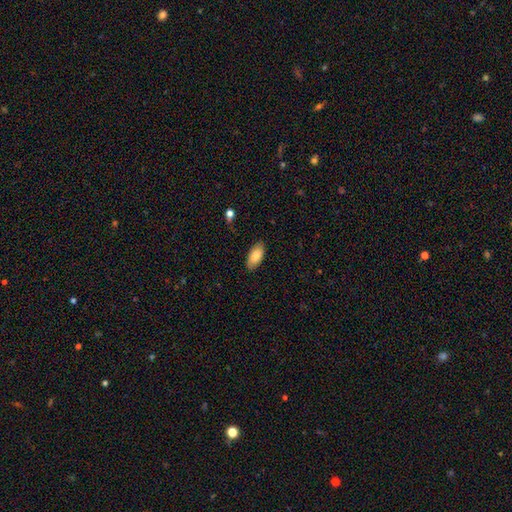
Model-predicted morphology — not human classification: Q: Smooth or featured?
A: smooth (82%); runner-up: featured or disk (11%)
Q: How rounded?
A: in between (91%); runner-up: cigar-shaped (7%)
Q: Merging?
A: none (86%); runner-up: minor disturbance (11%)